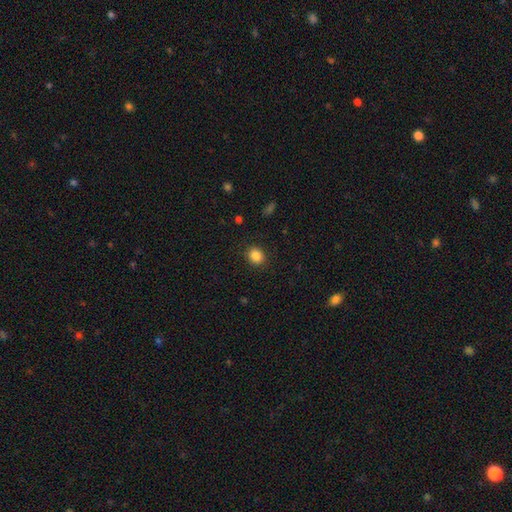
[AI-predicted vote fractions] The model was most divided on "how rounded": round: 66%, in between: 33%, cigar-shaped: 1%. More confident: merging — none (88%); smooth or featured — smooth (86%).